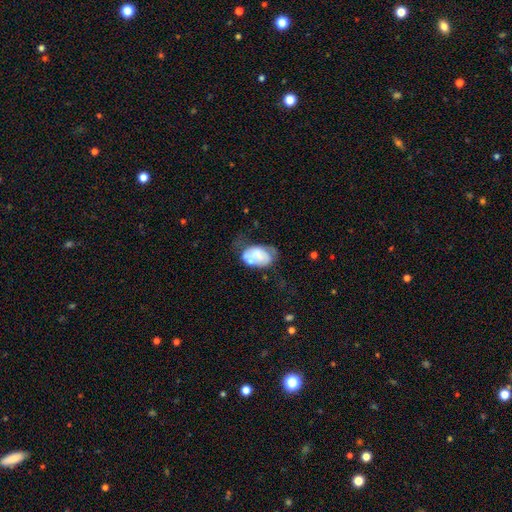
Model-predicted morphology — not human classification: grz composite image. It shows a smooth galaxy with no disk features (59%) that is in between round and cigar-shaped (88%). Merging: minor disturbance (32%).